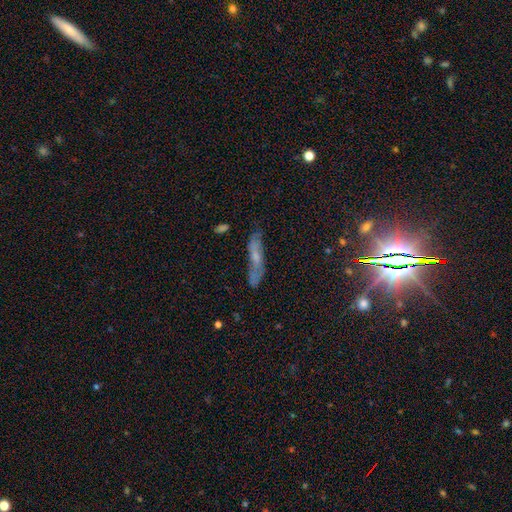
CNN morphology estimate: A featured or disk galaxy (48%). Merging: none (66%).